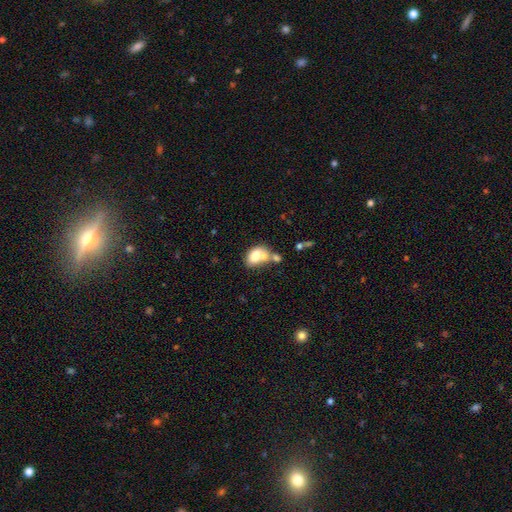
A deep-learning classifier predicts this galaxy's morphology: Q: Smooth or featured?
A: smooth (73%); runner-up: featured or disk (18%)
Q: How rounded?
A: in between (74%); runner-up: round (25%)
Q: Merging?
A: merger (48%); runner-up: none (31%)